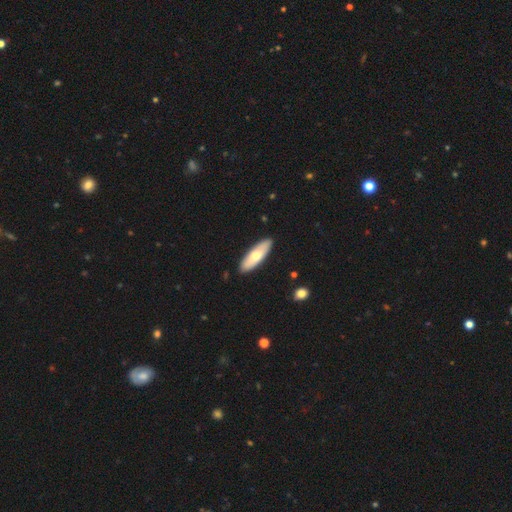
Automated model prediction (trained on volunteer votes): The model was most divided on "how rounded": in between: 56%, cigar-shaped: 42%, round: 2%. More confident: merging — none (90%); smooth or featured — smooth (64%).